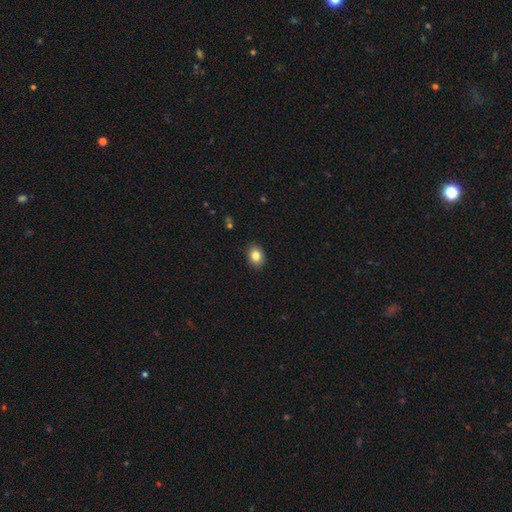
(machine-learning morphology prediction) The model was most divided on "how rounded": in between: 58%, round: 41%, cigar-shaped: 1%. More confident: merging — none (90%); smooth or featured — smooth (84%).